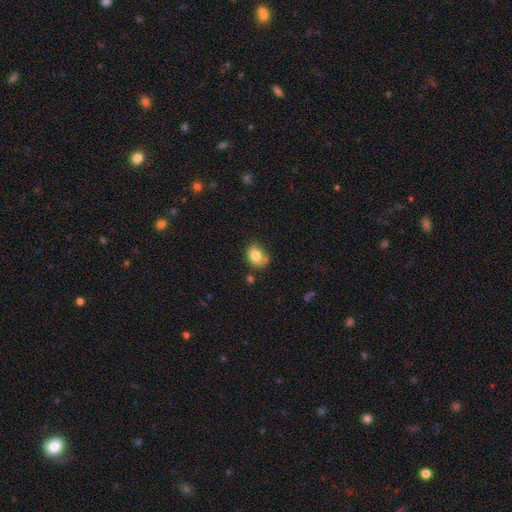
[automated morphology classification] Overall: smooth (79%). How rounded: in between (67%; round 32%). Merging: none (53%; minor disturbance 30%).